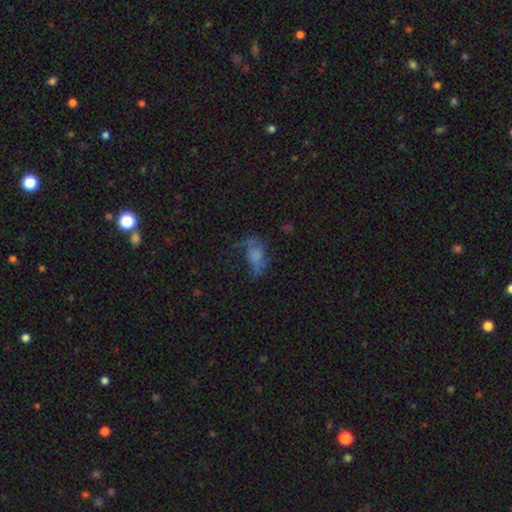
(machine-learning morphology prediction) Smooth or featured?
  - smooth: 50% *
  - featured or disk: 36%
  - star or artifact: 14%
How rounded?
  - in between: 86% *
  - round: 10%
  - cigar-shaped: 4%
Merging?
  - major disturbance: 43% *
  - none: 31%
  - minor disturbance: 23%
  - merger: 4%